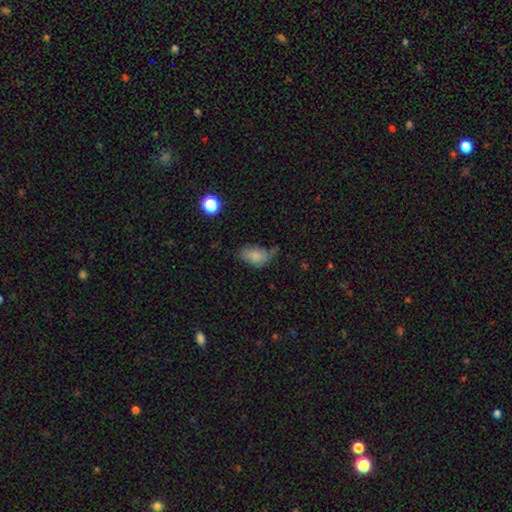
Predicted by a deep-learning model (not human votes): A smooth galaxy with no disk features (78%) that is in between round and cigar-shaped (90%). Merging: none (43%).